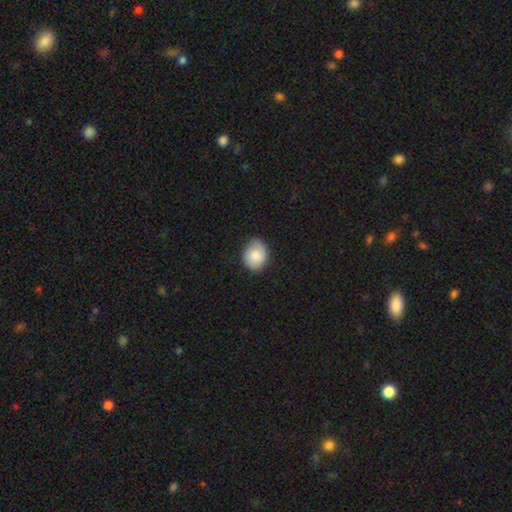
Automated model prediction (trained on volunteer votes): smooth_or_featured: smooth (p=0.83) [alt: featured or disk p=0.10]
how_rounded: round (p=0.58) [alt: in between p=0.41]
merging: none (p=0.75) [alt: minor disturbance p=0.21]